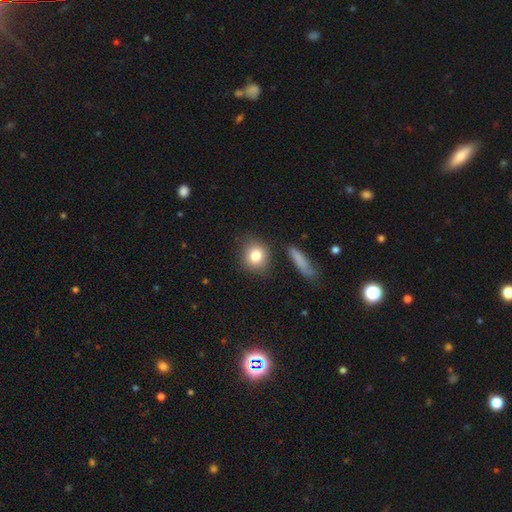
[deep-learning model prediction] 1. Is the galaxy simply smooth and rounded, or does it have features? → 81% smooth, 10% featured or disk, 9% star or artifact.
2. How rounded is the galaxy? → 78% round, 19% in between, 2% cigar-shaped.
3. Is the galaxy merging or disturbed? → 81% none, 11% minor disturbance, 5% merger, 3% major disturbance.